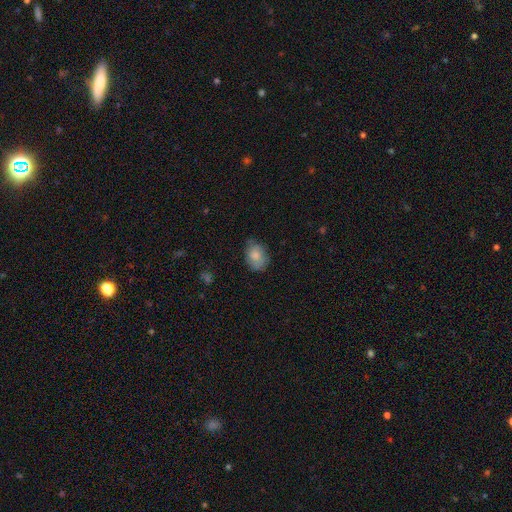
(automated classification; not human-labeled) This appears to be a smooth galaxy with no disk features (81%) that is in between round and cigar-shaped (70%). Merging: none (66%).